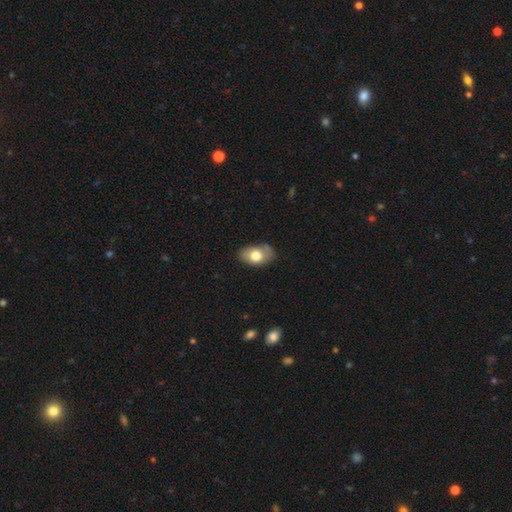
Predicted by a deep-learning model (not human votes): A smooth galaxy with no disk features (72%) that is in between round and cigar-shaped (89%). Merging: none (75%).